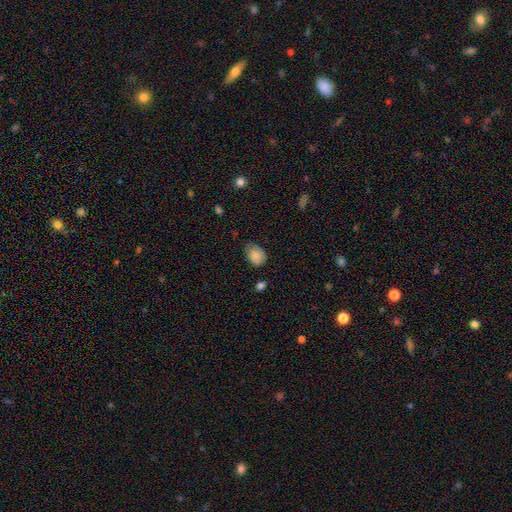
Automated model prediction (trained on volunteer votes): Smooth or featured?
  - smooth: 84% *
  - featured or disk: 9%
  - star or artifact: 8%
How rounded?
  - in between: 71% *
  - round: 28%
  - cigar-shaped: 1%
Merging?
  - none: 60% *
  - minor disturbance: 32%
  - major disturbance: 6%
  - merger: 2%